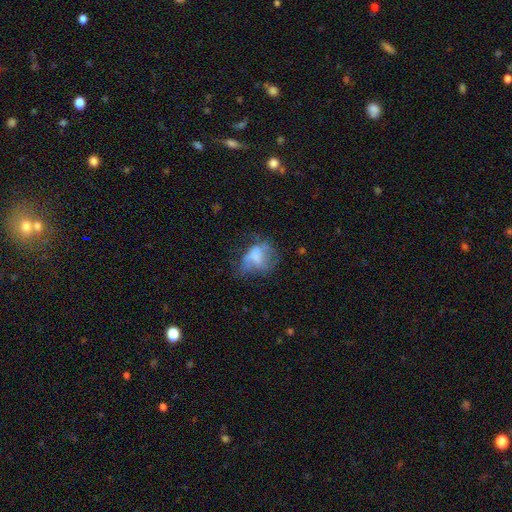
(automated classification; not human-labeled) Smooth or featured? smooth (49%)
Merging? major disturbance (40%)